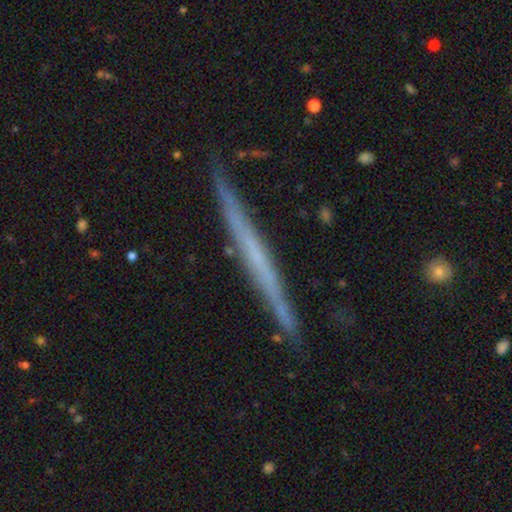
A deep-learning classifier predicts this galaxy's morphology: This is likely a featured or disk galaxy (64%). It is clearly viewed edge-on (97%). Edge-on bulge: clearly none (86%). Merging: clearly none (87%).